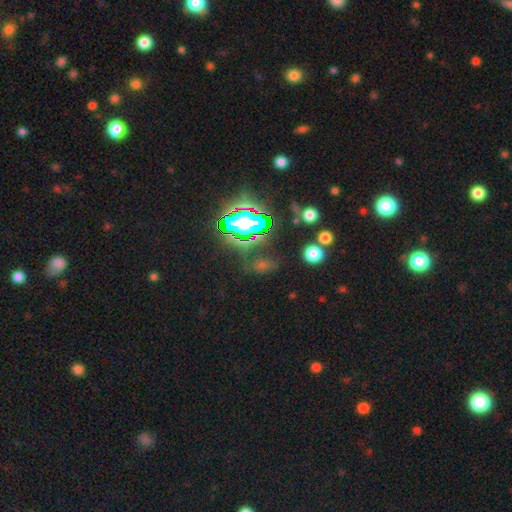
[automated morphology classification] This is clearly a star or artifact rather than a galaxy (82%).